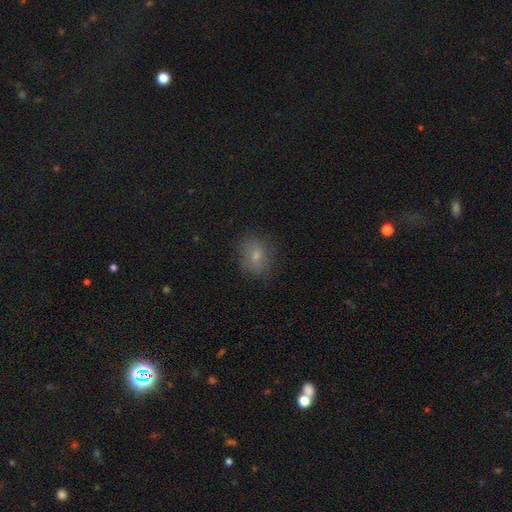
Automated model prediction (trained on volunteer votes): The model was most divided on "how rounded": round: 50%, in between: 48%, cigar-shaped: 1%. More confident: merging — none (74%); smooth or featured — smooth (70%).